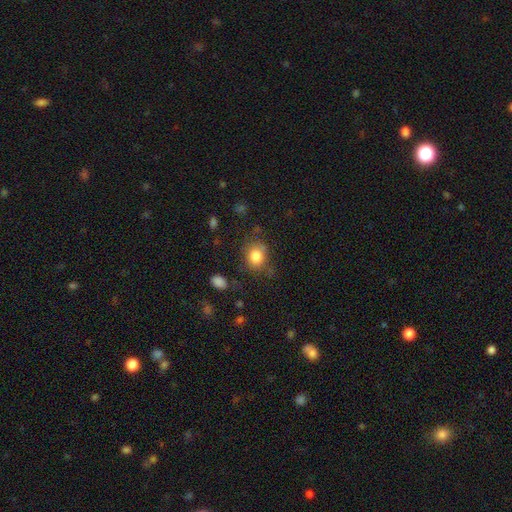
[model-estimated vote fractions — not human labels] Overall: smooth (82%). How rounded: round (62%; in between 37%). Merging: none (69%).